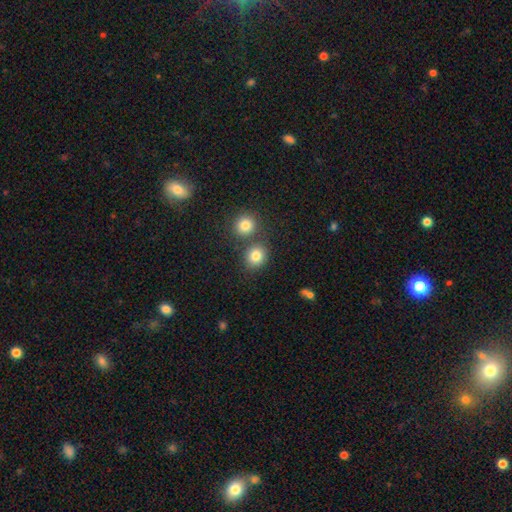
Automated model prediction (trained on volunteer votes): smooth-or-featured: smooth: 81% | star or artifact: 12% | featured or disk: 6%
  how-rounded: round: 79% | in between: 20% | cigar-shaped: 1%
  merging: none: 71% | merger: 18% | minor disturbance: 8% | major disturbance: 3%